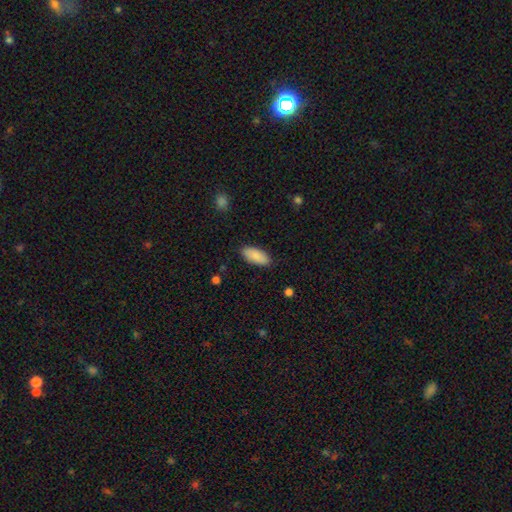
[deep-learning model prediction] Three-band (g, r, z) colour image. It shows a smooth galaxy with no disk features (88%) that is in between round and cigar-shaped (88%). Merging: none (88%).